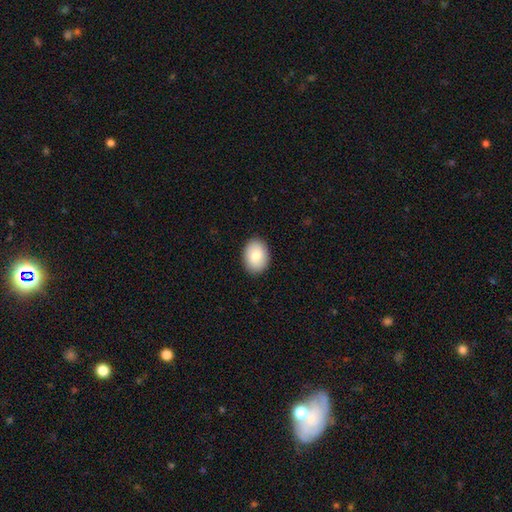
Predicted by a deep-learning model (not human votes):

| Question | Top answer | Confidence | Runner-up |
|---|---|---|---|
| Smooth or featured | smooth | 81% | featured or disk (12%) |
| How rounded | in between | 72% | round (27%) |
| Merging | none | 90% | minor disturbance (8%) |